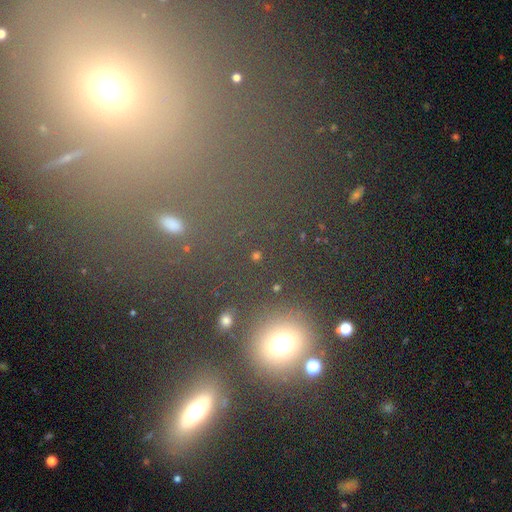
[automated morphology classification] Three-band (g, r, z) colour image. It shows a smooth galaxy with no disk features (61%) that is round (72%). Merging: none (79%).